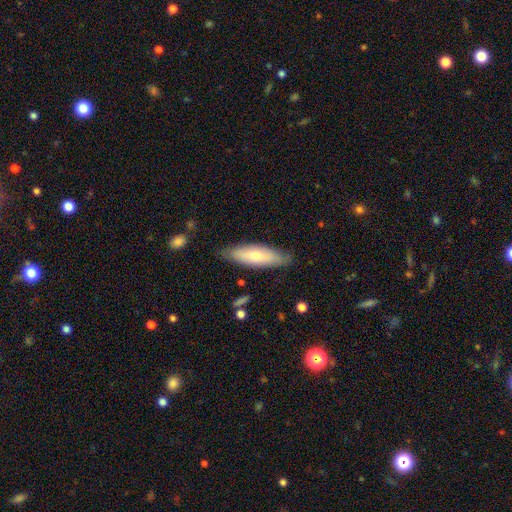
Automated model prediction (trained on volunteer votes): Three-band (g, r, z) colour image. It shows a smooth galaxy with no disk features (62%) that is in between round and cigar-shaped (50%). Merging: none (80%).